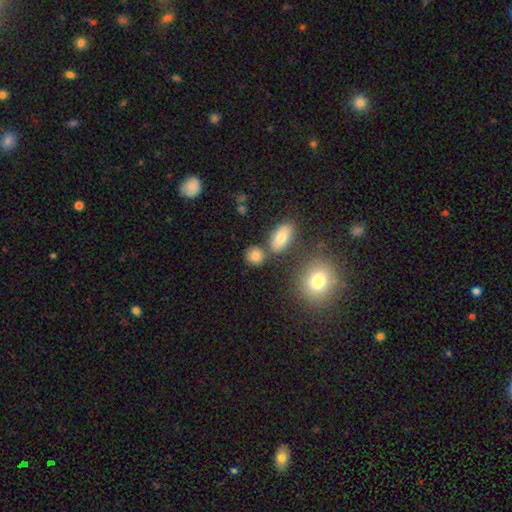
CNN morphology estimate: smooth_or_featured: smooth (p=0.81) [alt: star or artifact p=0.11]
how_rounded: round (p=0.77) [alt: in between p=0.21]
merging: none (p=0.75) [alt: merger p=0.13]